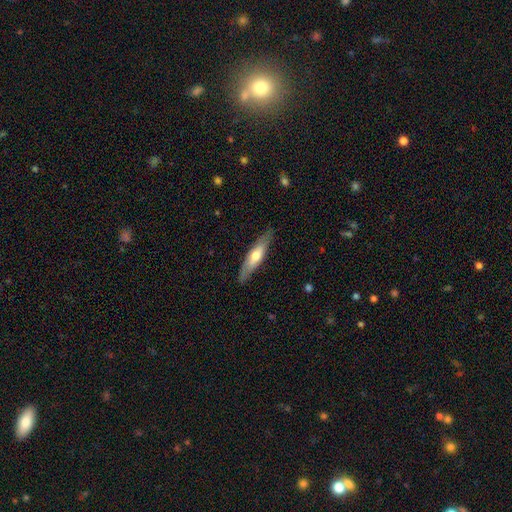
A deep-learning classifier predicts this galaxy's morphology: A smooth galaxy with no disk features (51%) that is cigar-shaped (73%). Merging: none (84%).